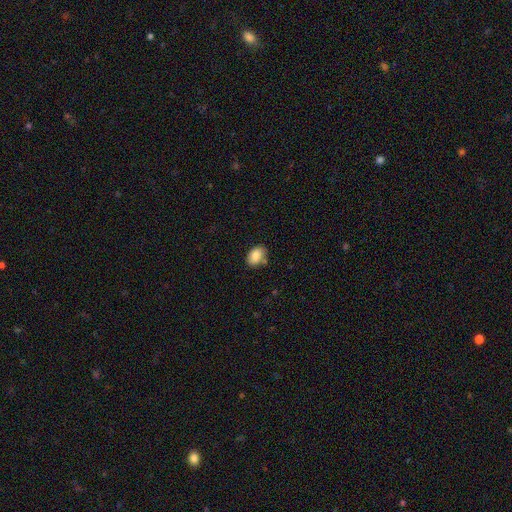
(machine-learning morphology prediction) smooth 85%, star or artifact 8%, featured or disk 7%. Down the decision tree: how rounded — in between (84%); merging — none (72%).